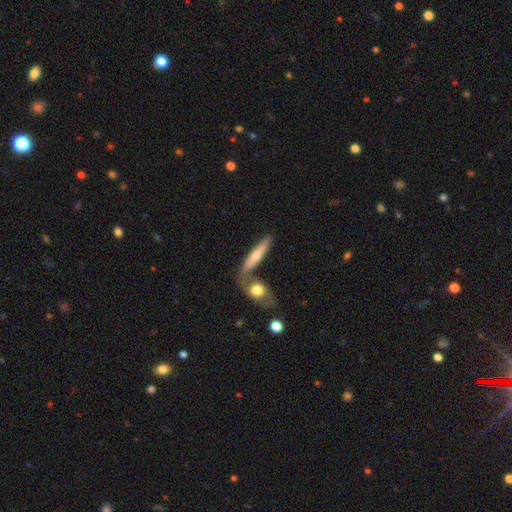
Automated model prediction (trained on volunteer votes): Smooth or featured?
  - smooth: 53% *
  - featured or disk: 41%
  - star or artifact: 6%
How rounded?
  - cigar-shaped: 77% *
  - in between: 19%
  - round: 4%
Merging?
  - none: 53% *
  - merger: 31%
  - minor disturbance: 11%
  - major disturbance: 4%